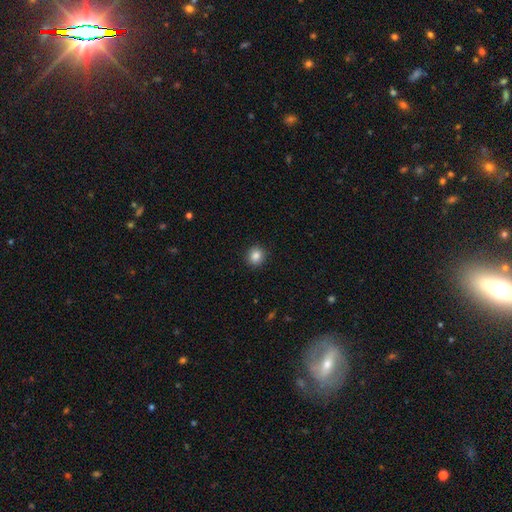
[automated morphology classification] This appears to be a smooth galaxy with no disk features (86%) that is round (87%). Merging: none (92%).